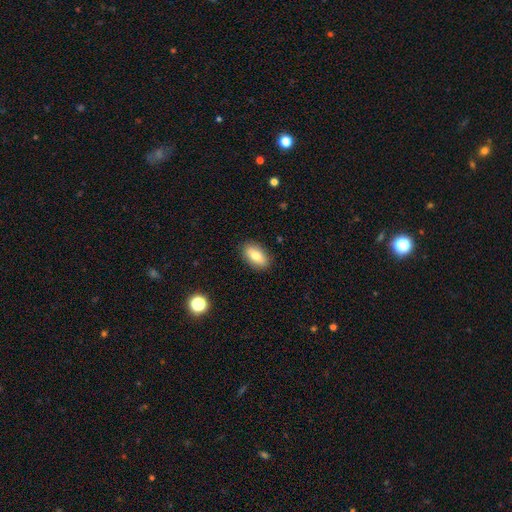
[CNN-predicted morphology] type=smooth (78%); roundness=in between (90%); merging=none (88%).